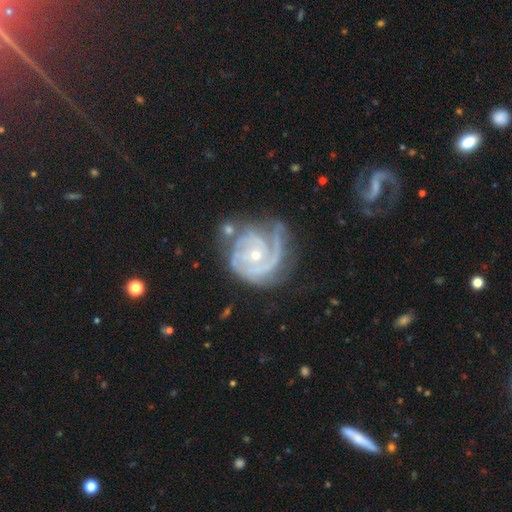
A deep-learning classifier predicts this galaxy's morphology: smooth-or-featured: featured or disk: 88% | smooth: 7% | star or artifact: 5%
  disk-edge-on: no: 98% | yes: 2%
    bar: no: 74% | weak: 21% | strong: 6%
    has-spiral-arms: yes: 96% | no: 4%
      spiral-winding: tight: 70% | medium: 25% | loose: 6%
      spiral-arm-count: 3: 32% | 2: 25% | can't tell: 21% | 1: 10% | 4: 7% | more than 4: 5%
    bulge-size: small: 65% | moderate: 32% | large: 1% | none: 1% | dominant: 1%
  merging: none: 52% | minor disturbance: 25% | major disturbance: 16% | merger: 7%